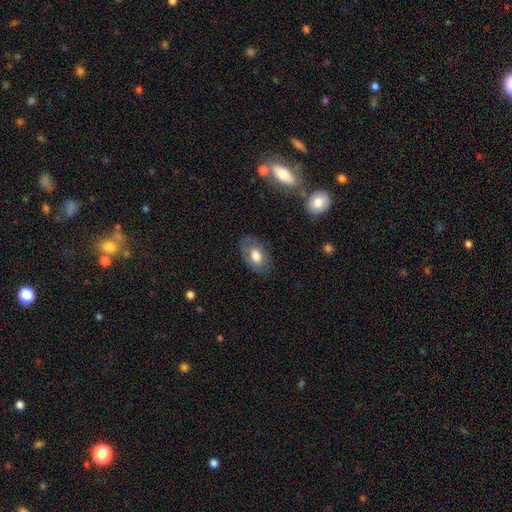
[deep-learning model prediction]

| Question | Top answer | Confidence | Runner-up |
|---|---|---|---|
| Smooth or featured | smooth | 69% | featured or disk (24%) |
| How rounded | in between | 90% | round (8%) |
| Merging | none | 79% | minor disturbance (15%) |